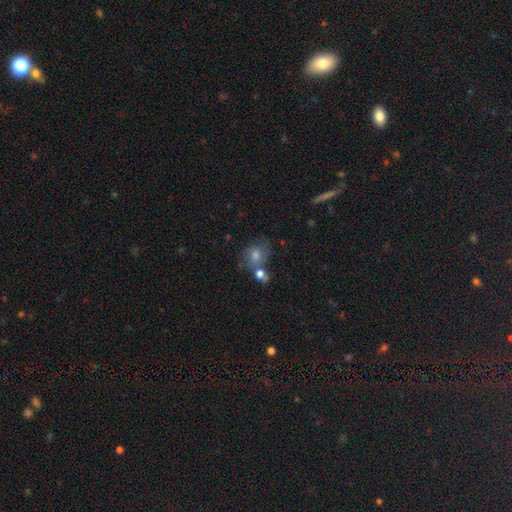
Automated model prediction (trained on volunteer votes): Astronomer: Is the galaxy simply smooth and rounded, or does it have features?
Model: smooth — 71%.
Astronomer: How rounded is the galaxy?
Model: round — 51% (runner-up: in between, 48%).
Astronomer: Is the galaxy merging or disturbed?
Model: none — 46% (runner-up: merger, 26%).